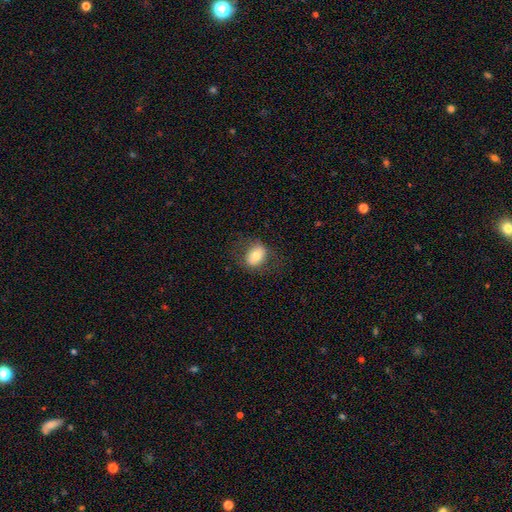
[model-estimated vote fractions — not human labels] A smooth galaxy with no disk features (73%) that is in between round and cigar-shaped (70%).

Vote fractions:
- Smooth or featured? smooth: 73% / featured or disk: 19% / star or artifact: 9%
- How rounded? in between: 70% / round: 29% / cigar-shaped: 1%
- Merging? none: 73% / minor disturbance: 17% / major disturbance: 9% / merger: 1%